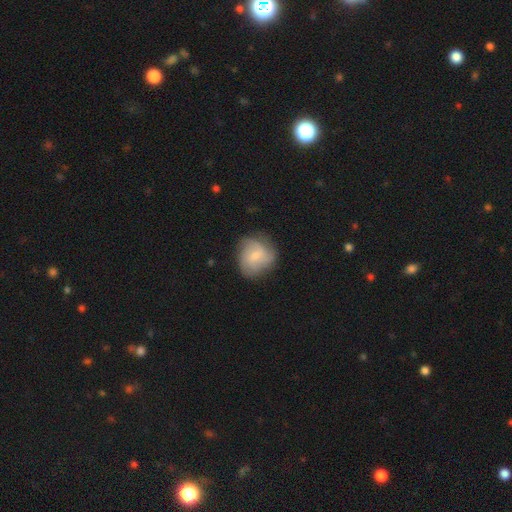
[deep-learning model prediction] smooth 48%, featured or disk 45%, star or artifact 7%. Down the decision tree: merging — none (64%).